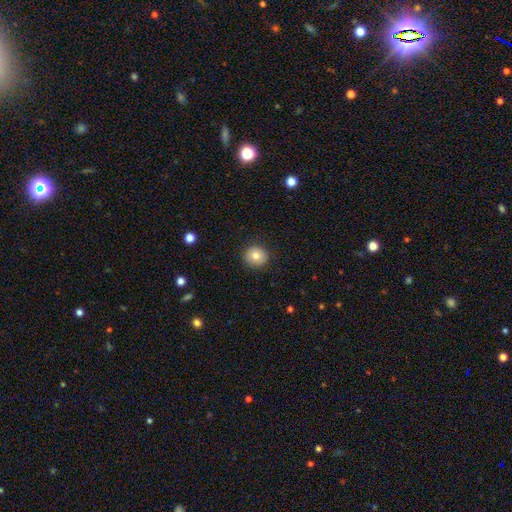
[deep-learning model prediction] smooth-or-featured: smooth: 79% | featured or disk: 11% | star or artifact: 10%
  how-rounded: round: 91% | in between: 8% | cigar-shaped: 1%
  merging: none: 90% | minor disturbance: 7% | major disturbance: 2% | merger: 1%